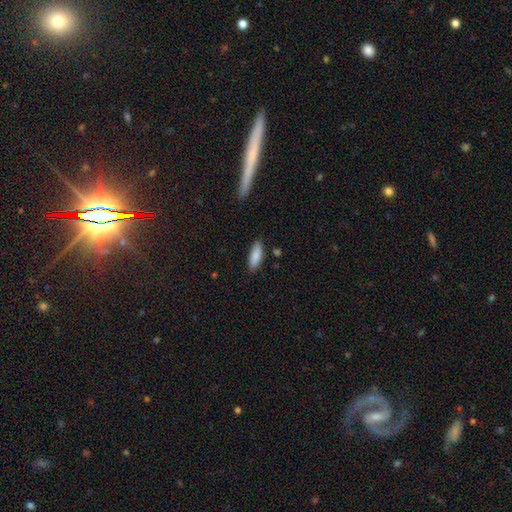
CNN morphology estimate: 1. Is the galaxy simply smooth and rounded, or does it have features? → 87% smooth, 7% featured or disk, 6% star or artifact.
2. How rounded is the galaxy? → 69% in between, 30% cigar-shaped, 2% round.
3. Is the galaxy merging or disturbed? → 86% none, 10% minor disturbance, 2% major disturbance, 2% merger.